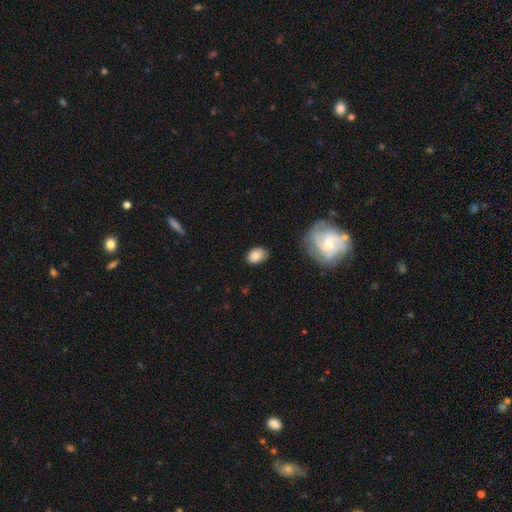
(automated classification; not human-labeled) A smooth galaxy with no disk features (80%) that is in between round and cigar-shaped (75%).

Vote fractions:
- Smooth or featured? smooth: 80% / featured or disk: 11% / star or artifact: 8%
- How rounded? in between: 75% / round: 24% / cigar-shaped: 1%
- Merging? none: 75% / minor disturbance: 19% / major disturbance: 4% / merger: 2%